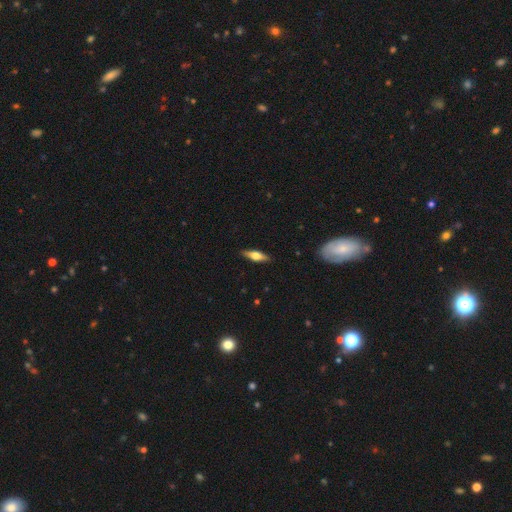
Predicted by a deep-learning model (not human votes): smooth-or-featured: featured or disk: 47% (tied) | smooth: 47% (tied) | star or artifact: 6%
  merging: none: 88% | minor disturbance: 9% | major disturbance: 2% | merger: 1%